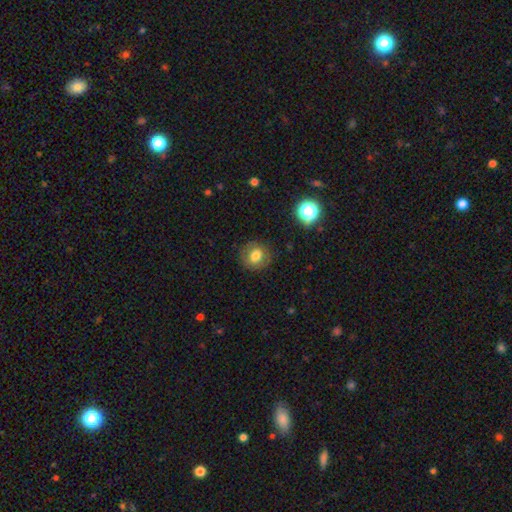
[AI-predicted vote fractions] smooth_or_featured: smooth (p=0.72) [alt: featured or disk p=0.16]
how_rounded: round (p=0.80) [alt: in between p=0.19]
merging: none (p=0.85) [alt: minor disturbance p=0.10]